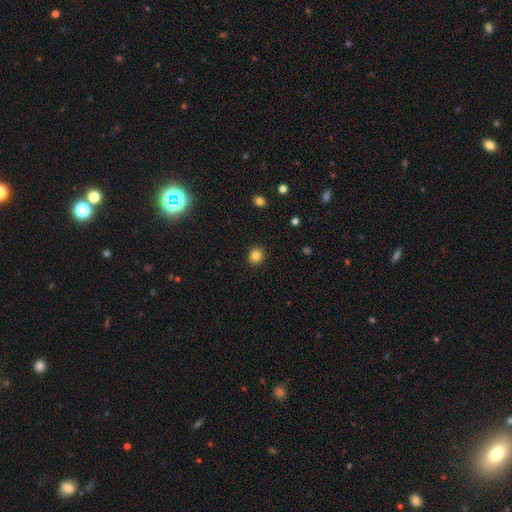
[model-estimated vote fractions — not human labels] This appears to be a smooth galaxy with no disk features (83%) that is round (91%). Merging: none (92%).